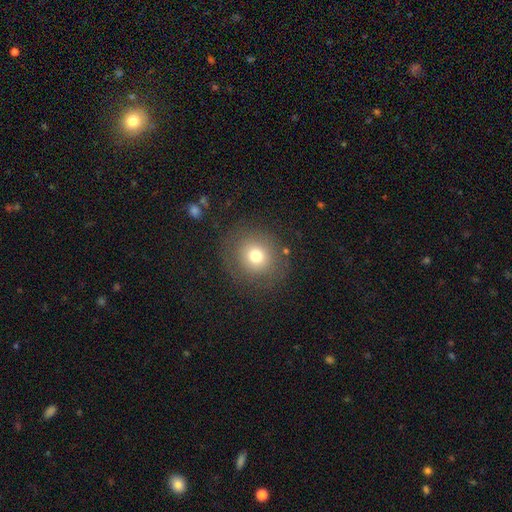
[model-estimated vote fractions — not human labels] The model was most divided on "smooth or featured": smooth: 71%, featured or disk: 15%, star or artifact: 14%. More confident: how rounded — round (87%); merging — none (83%).